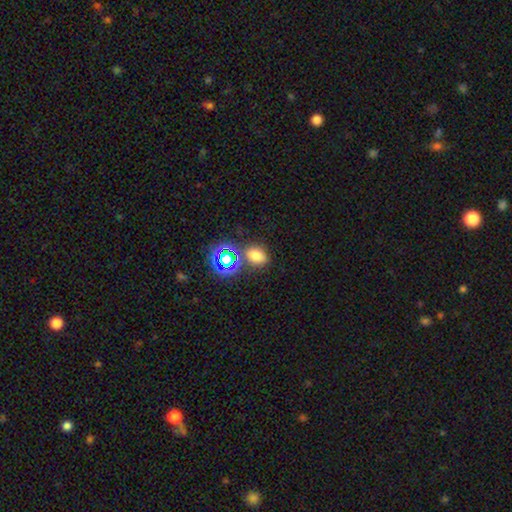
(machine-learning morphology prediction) Smooth or featured?
  - smooth: 67% *
  - star or artifact: 26%
  - featured or disk: 7%
How rounded?
  - in between: 71% *
  - round: 27%
  - cigar-shaped: 2%
Merging?
  - none: 71% *
  - minor disturbance: 14%
  - merger: 11%
  - major disturbance: 5%